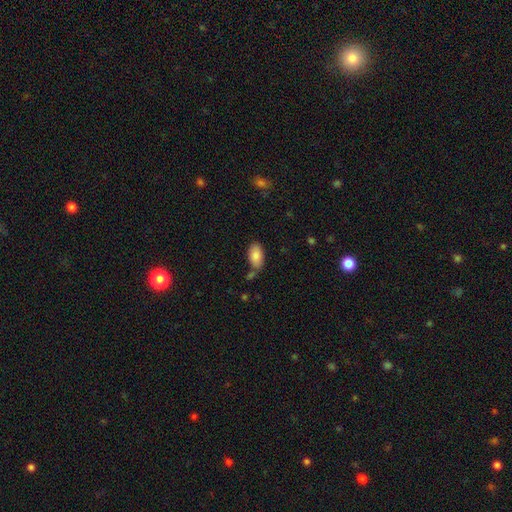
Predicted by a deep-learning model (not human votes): Smooth or featured: smooth — 85% (featured or disk — 8%)
How rounded: in between — 94% (round — 3%)
Merging: none — 67% (minor disturbance — 18%)